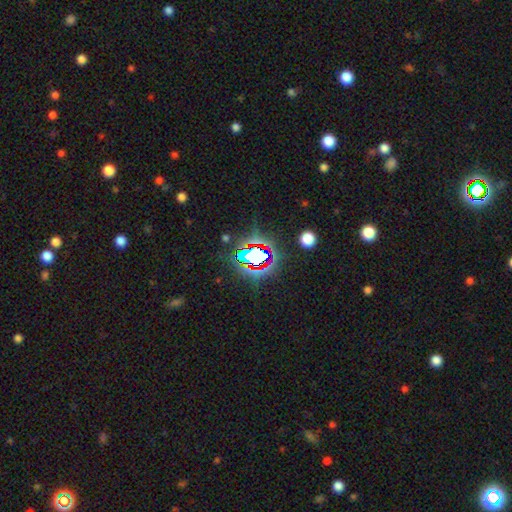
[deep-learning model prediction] Q: Smooth or featured?
A: star or artifact (71%); runner-up: smooth (16%)